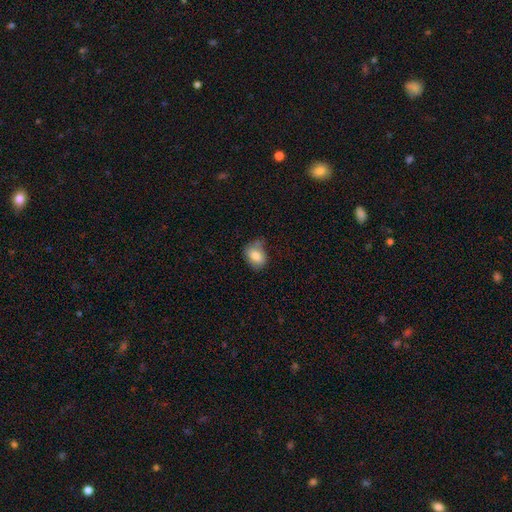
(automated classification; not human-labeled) Smooth or featured? Predicted: smooth (p=0.80). How rounded? Predicted: in between (p=0.74). Merging? Predicted: none (p=0.58).